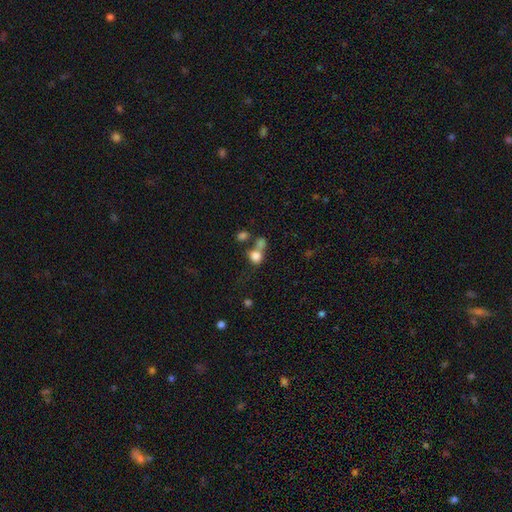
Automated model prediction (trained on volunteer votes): Overall: smooth (77%). How rounded: round (57%; in between 41%). Merging: merger (48%; none 33%).